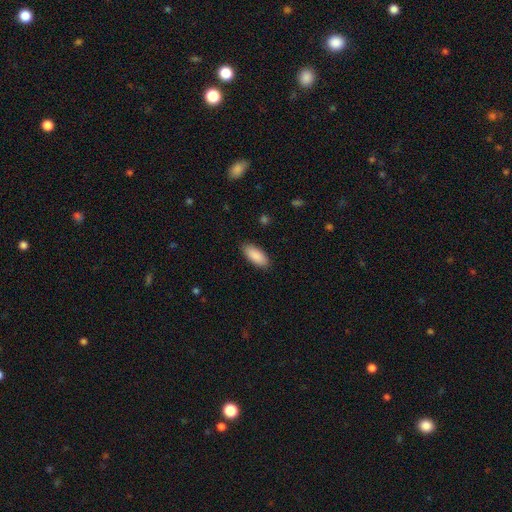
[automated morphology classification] This appears to be a smooth galaxy with no disk features (90%) that is in between round and cigar-shaped (86%). Merging: none (88%).